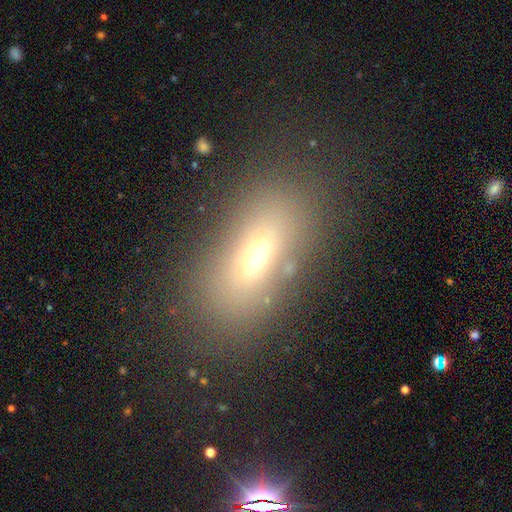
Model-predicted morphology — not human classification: Smooth or featured: smooth — 62% (featured or disk — 21%)
How rounded: in between — 78% (cigar-shaped — 12%)
Merging: none — 75% (minor disturbance — 12%)